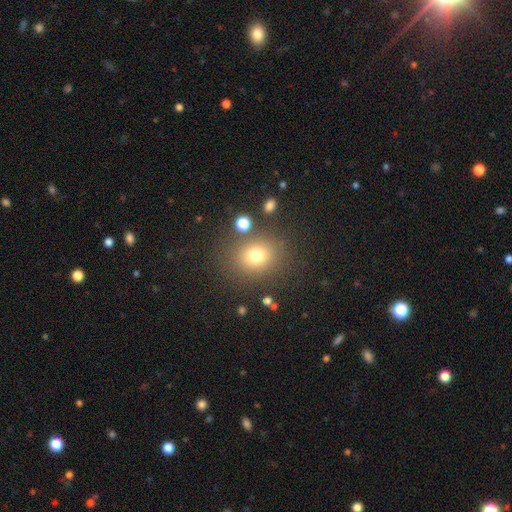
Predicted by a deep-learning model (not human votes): The model was most divided on "how rounded": round: 69%, in between: 30%, cigar-shaped: 1%. More confident: merging — none (80%); smooth or featured — smooth (75%).